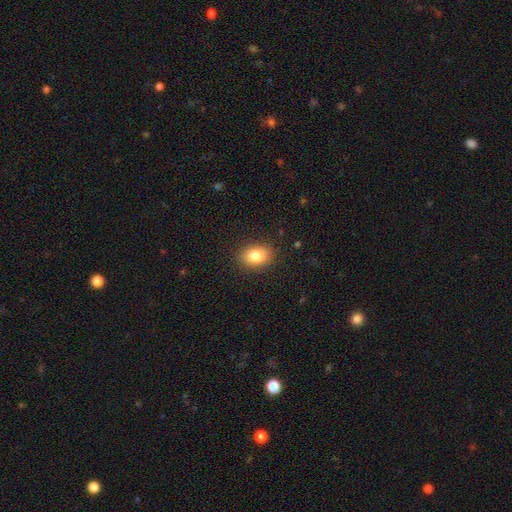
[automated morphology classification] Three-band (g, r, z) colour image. It shows a smooth galaxy with no disk features (82%) that is in between round and cigar-shaped (75%). Merging: none (88%).